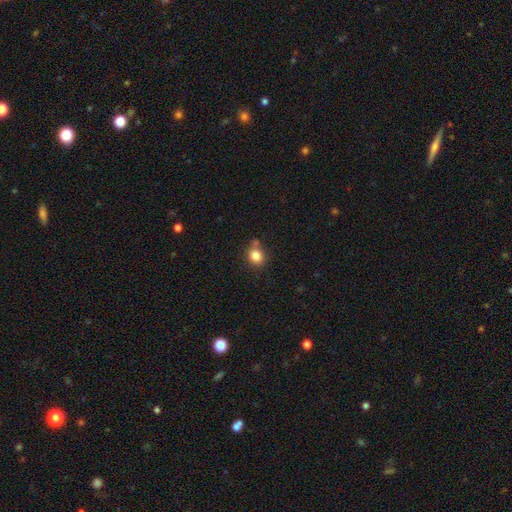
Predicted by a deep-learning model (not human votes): smooth-or-featured: smooth: 83% | star or artifact: 11% | featured or disk: 6%
  how-rounded: round: 71% | in between: 28% | cigar-shaped: 1%
  merging: none: 68% | minor disturbance: 15% | merger: 13% | major disturbance: 4%